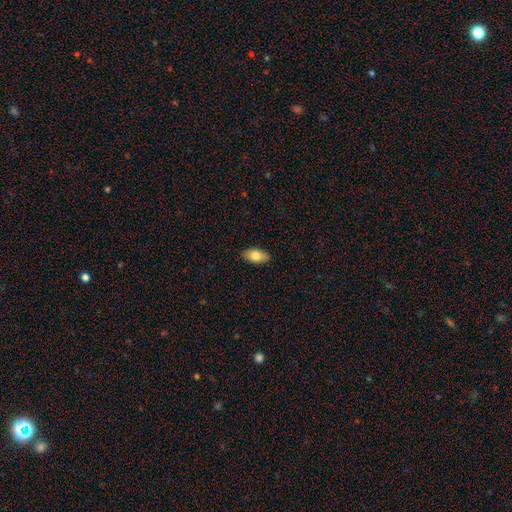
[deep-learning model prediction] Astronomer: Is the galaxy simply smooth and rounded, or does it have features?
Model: smooth — 80%.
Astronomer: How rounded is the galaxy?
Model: in between — 92%.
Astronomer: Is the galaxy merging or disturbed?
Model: none — 88%.